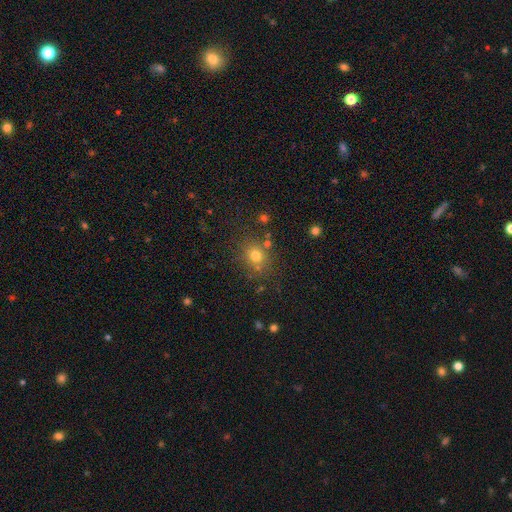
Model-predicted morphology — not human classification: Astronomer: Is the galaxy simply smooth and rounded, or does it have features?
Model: smooth — 73%.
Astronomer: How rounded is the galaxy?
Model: round — 75%.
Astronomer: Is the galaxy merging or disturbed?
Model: none — 77%.